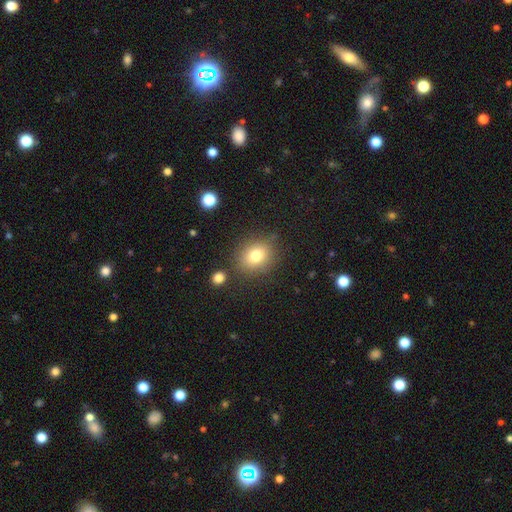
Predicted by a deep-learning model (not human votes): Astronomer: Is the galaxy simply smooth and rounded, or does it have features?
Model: smooth — 77%.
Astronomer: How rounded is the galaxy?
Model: round — 63%.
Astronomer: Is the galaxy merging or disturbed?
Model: none — 80%.